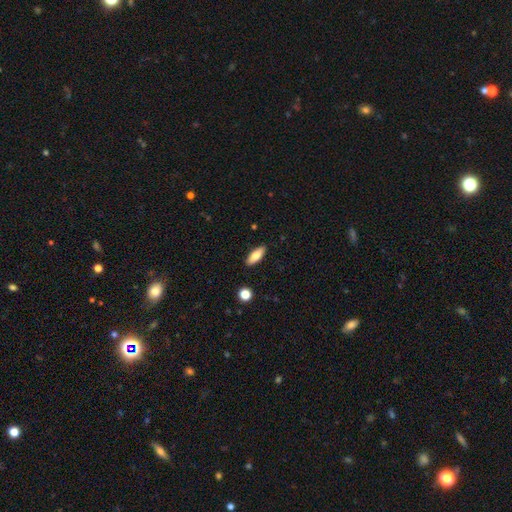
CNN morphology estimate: Smooth or featured? smooth (79%)
How rounded? in between (74%)
Merging? none (88%)